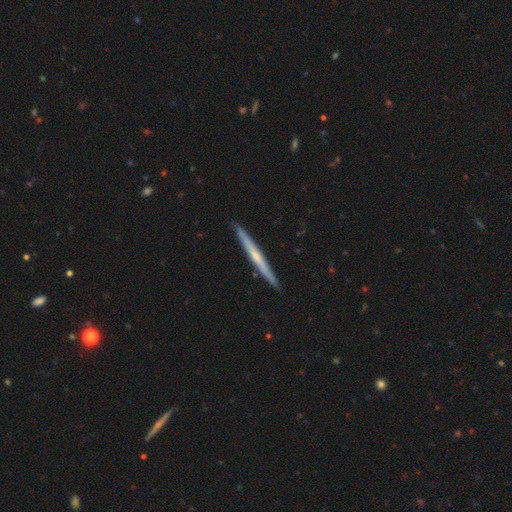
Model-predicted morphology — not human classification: Smooth or featured: featured or disk — 62% (smooth — 33%)
Edge-on disk: yes — 97% (no — 3%)
Edge-on bulge: none — 55% (rounded — 41%)
Merging: none — 92% (minor disturbance — 6%)